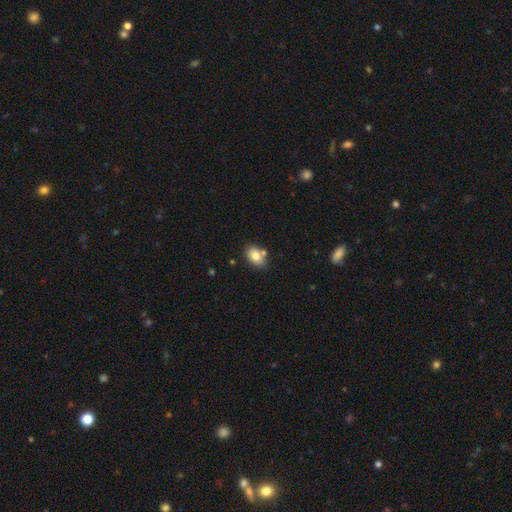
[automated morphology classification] Overall: smooth (82%). How rounded: in between (84%). Merging: none (73%).